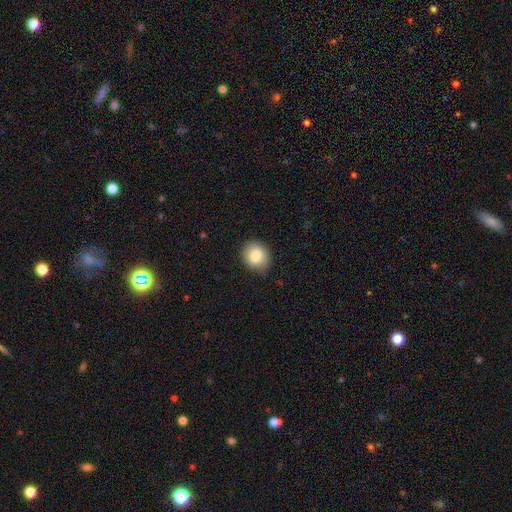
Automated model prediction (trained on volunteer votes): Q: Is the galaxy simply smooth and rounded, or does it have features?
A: smooth — 82%.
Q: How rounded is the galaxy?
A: round — 63%.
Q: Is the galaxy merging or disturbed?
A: none — 80%.